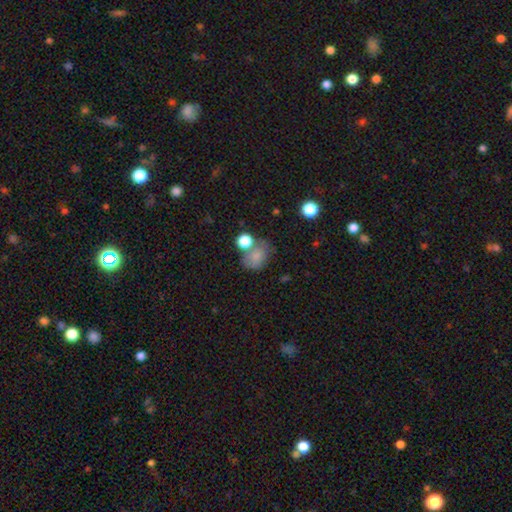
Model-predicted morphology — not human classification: smooth-or-featured: smooth: 72% | featured or disk: 16% | star or artifact: 12%
  how-rounded: in between: 57% | round: 42% | cigar-shaped: 1%
  merging: none: 40% | merger: 25% | minor disturbance: 22% | major disturbance: 14%